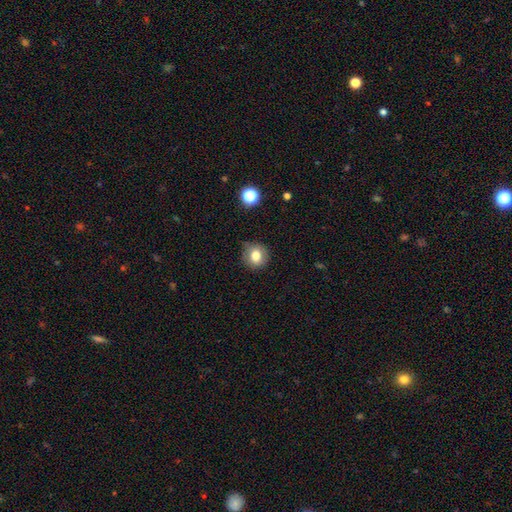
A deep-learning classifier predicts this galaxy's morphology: Smooth or featured?
  - smooth: 79% *
  - star or artifact: 11%
  - featured or disk: 10%
How rounded?
  - round: 84% *
  - in between: 15%
  - cigar-shaped: 1%
Merging?
  - none: 81% *
  - minor disturbance: 14%
  - major disturbance: 3%
  - merger: 2%